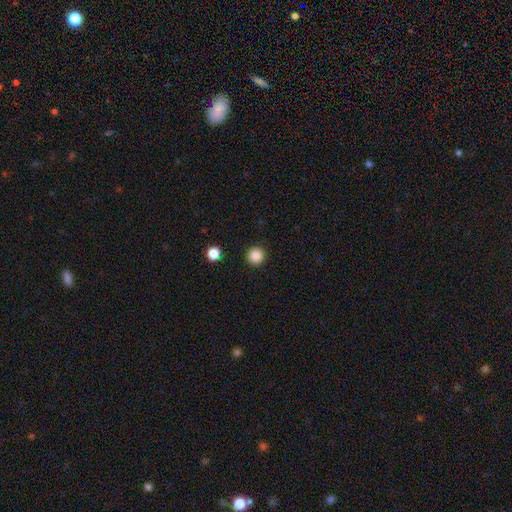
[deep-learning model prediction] Smooth or featured?
  - smooth: 86% *
  - star or artifact: 11%
  - featured or disk: 3%
How rounded?
  - round: 96% *
  - in between: 4%
  - cigar-shaped: 1%
Merging?
  - none: 92% *
  - minor disturbance: 5%
  - major disturbance: 2%
  - merger: 1%